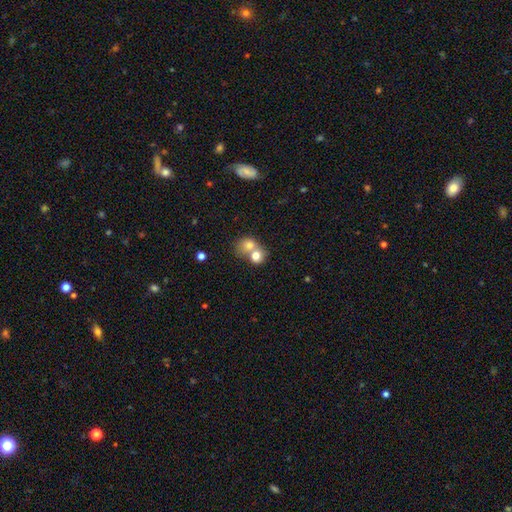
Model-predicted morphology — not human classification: smooth-or-featured: smooth: 73% | featured or disk: 17% | star or artifact: 10%
  how-rounded: round: 68% | in between: 31% | cigar-shaped: 1%
  merging: merger: 68% | none: 23% | minor disturbance: 6% | major disturbance: 4%